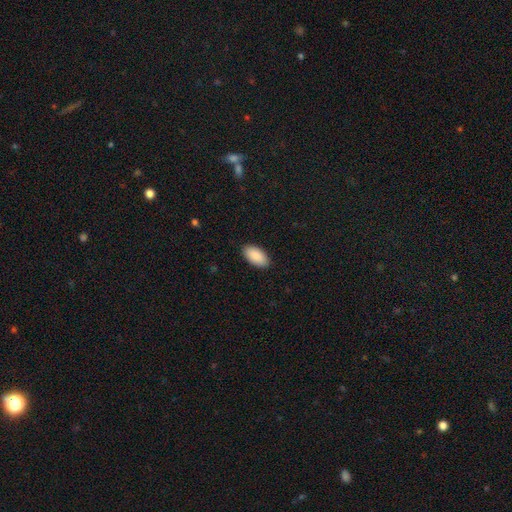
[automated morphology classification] Smooth or featured? smooth (91%)
How rounded? in between (96%)
Merging? none (90%)